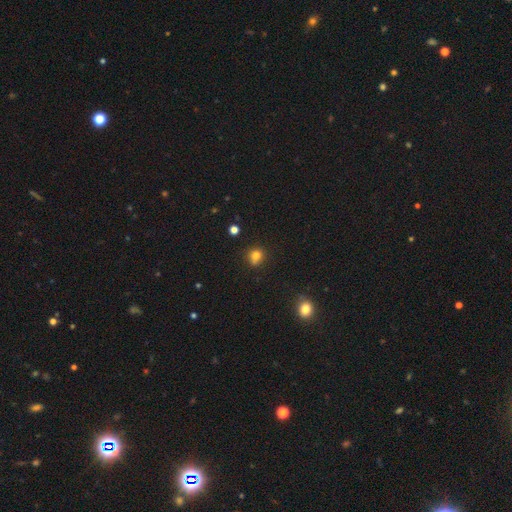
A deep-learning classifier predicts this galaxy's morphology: This appears to be a smooth galaxy with no disk features (78%) that is round (78%). Merging: none (65%).